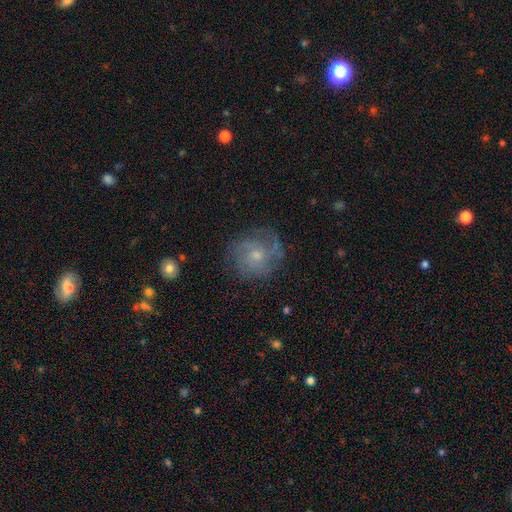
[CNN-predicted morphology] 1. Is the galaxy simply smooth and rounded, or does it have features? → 65% featured or disk, 26% smooth, 9% star or artifact.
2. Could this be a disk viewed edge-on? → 98% no, 2% yes.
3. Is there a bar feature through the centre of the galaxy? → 77% no, 20% weak, 2% strong.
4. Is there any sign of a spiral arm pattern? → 86% yes, 14% no.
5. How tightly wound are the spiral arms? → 50% tight, 37% medium, 14% loose.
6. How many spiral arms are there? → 37% can't tell, 22% 3, 21% 2, 8% 4, 6% 1, 5% more than 4.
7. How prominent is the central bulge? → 52% small, 41% moderate, 3% none, 2% large, 1% dominant.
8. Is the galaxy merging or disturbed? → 70% none, 19% minor disturbance, 10% major disturbance, 2% merger.